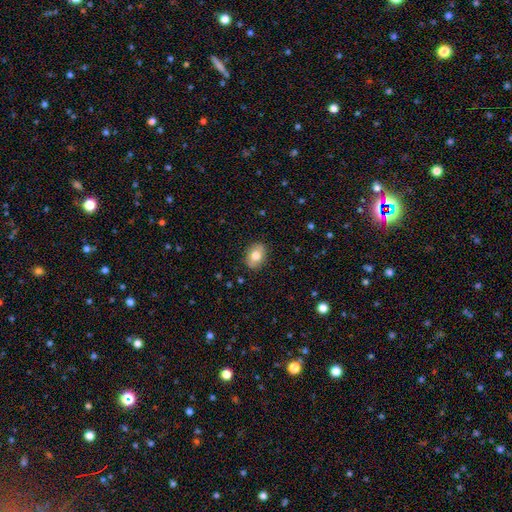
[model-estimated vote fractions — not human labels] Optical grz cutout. It shows a smooth galaxy with no disk features (77%) that is in between round and cigar-shaped (67%). Merging: none (87%).